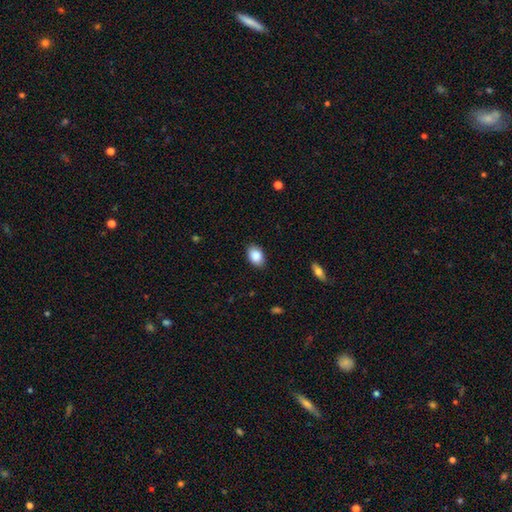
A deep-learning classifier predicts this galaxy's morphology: smooth_or_featured: smooth (p=0.89) [alt: star or artifact p=0.07]
how_rounded: in between (p=0.83) [alt: round p=0.16]
merging: none (p=0.87) [alt: minor disturbance p=0.09]